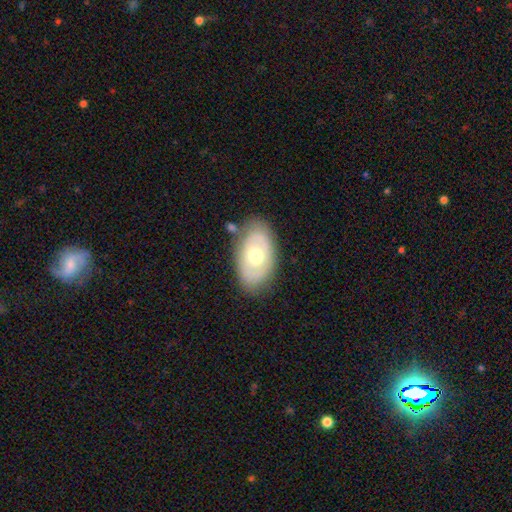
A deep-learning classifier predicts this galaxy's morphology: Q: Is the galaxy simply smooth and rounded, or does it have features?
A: featured or disk — 47%, tied with smooth.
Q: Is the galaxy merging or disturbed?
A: none — 75%.